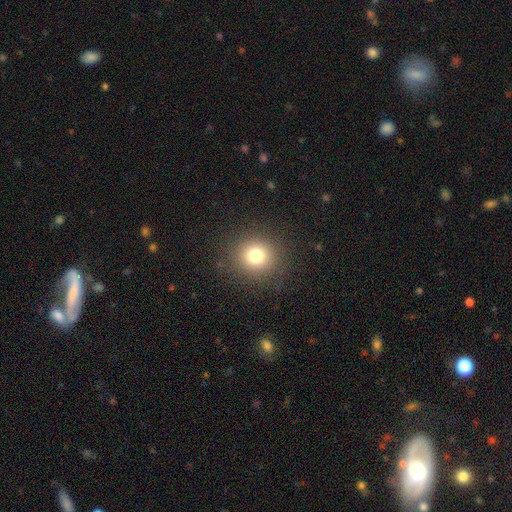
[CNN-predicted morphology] Smooth or featured: smooth — 77% (star or artifact — 14%)
How rounded: round — 90% (in between — 9%)
Merging: none — 89% (minor disturbance — 7%)